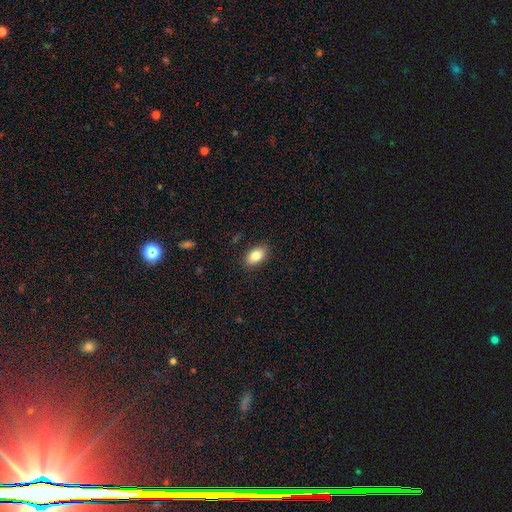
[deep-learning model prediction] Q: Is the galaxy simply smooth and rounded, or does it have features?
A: smooth — 84%.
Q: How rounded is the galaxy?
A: in between — 89%.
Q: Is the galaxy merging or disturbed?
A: none — 87%.